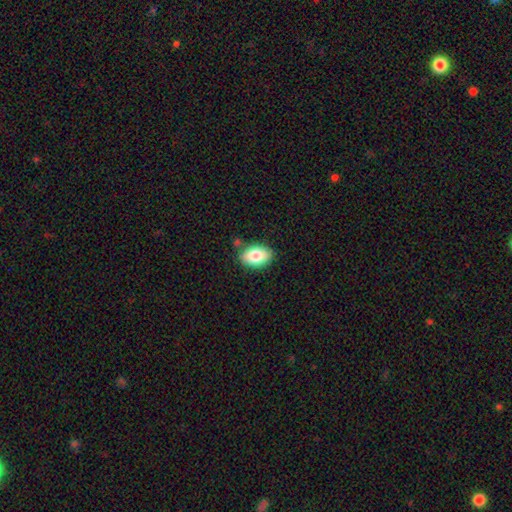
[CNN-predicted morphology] Q: Smooth or featured?
A: smooth (82%); runner-up: featured or disk (11%)
Q: How rounded?
A: in between (90%); runner-up: round (9%)
Q: Merging?
A: none (79%); runner-up: minor disturbance (14%)